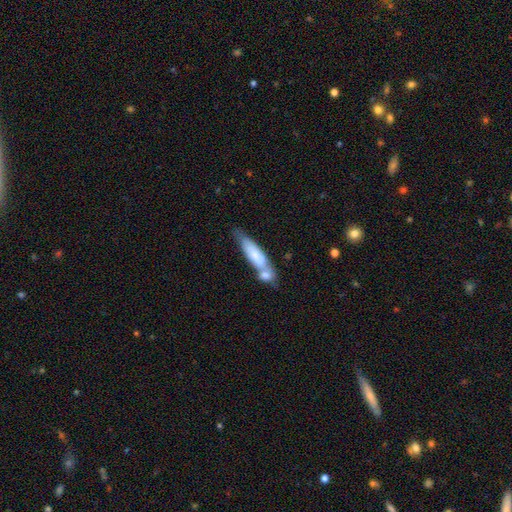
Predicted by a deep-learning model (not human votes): smooth_or_featured: smooth (p=0.63) [alt: featured or disk p=0.32]
how_rounded: cigar-shaped (p=0.63) [alt: in between p=0.35]
merging: merger (p=0.50) [alt: none p=0.29]